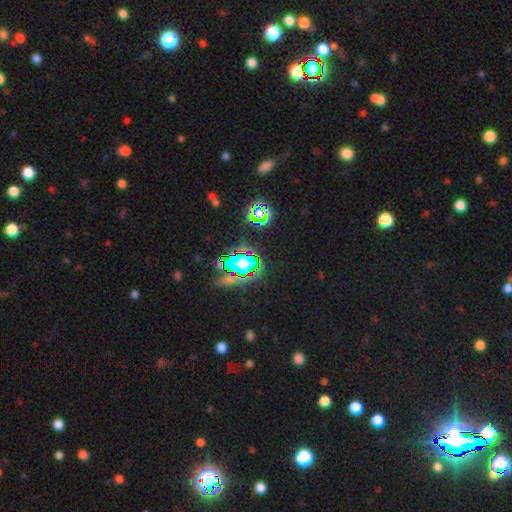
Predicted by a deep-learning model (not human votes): smooth-or-featured: star or artifact: 79% | smooth: 13% | featured or disk: 7%